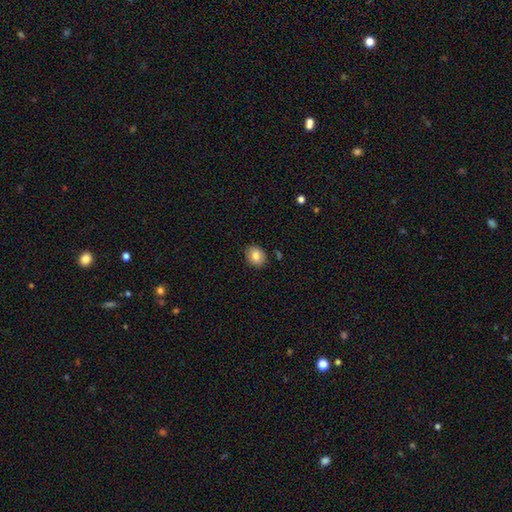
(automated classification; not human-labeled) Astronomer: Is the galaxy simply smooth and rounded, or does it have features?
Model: smooth — 82%.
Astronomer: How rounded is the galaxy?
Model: in between — 50% (runner-up: round, 49%).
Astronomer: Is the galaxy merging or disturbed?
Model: none — 86%.